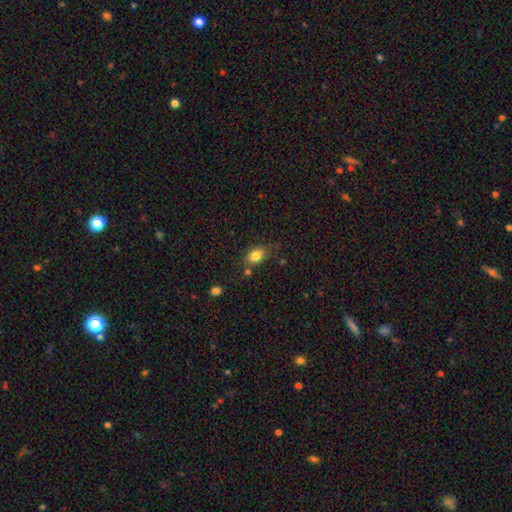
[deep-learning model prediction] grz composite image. It shows a smooth galaxy with no disk features (82%) that is in between round and cigar-shaped (79%). Merging: none (69%).